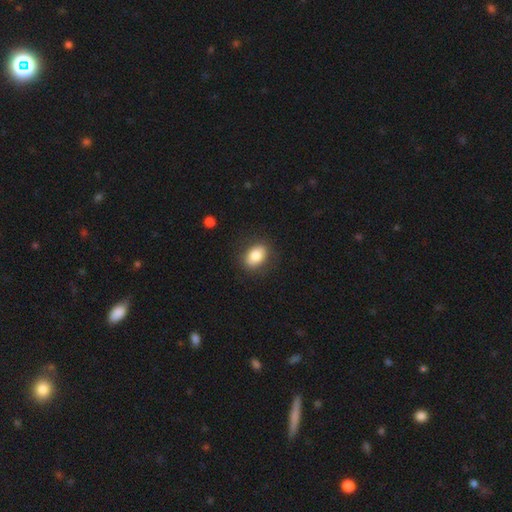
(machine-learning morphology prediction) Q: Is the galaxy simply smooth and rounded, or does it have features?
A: smooth — 82%.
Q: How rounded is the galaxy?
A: in between — 81%.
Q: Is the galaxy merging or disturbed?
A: none — 84%.